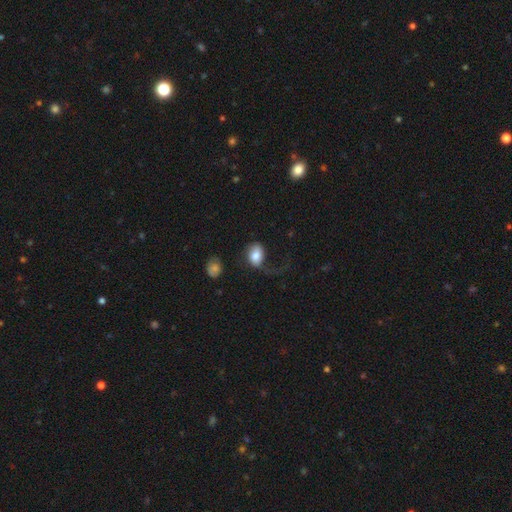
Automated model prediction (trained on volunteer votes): Morphology: type=smooth (72%); roundness=in between (72%); merging=major disturbance (44%).